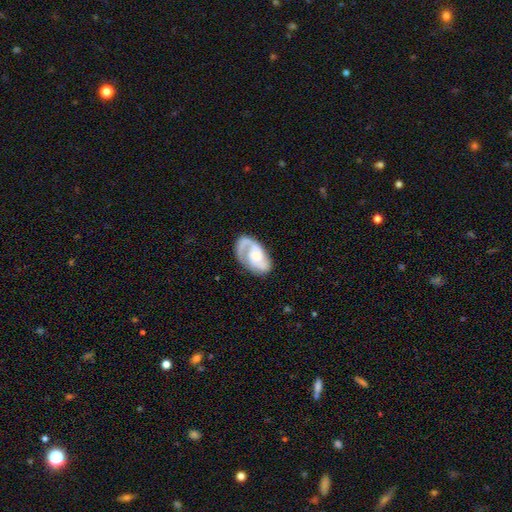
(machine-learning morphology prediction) The model was most divided on "bulge size": moderate: 40%, small: 37%, large: 11%, none: 10%, dominant: 2%. Remaining: edge-on disk — no (97%); spiral arms — yes (95%); smooth or featured — featured or disk (81%); merging — none (67%); spiral arm count — 2 (66%); bar — no (62%); spiral winding — medium (45%).